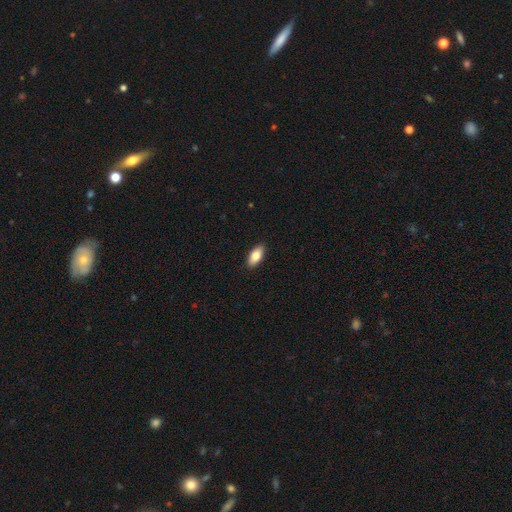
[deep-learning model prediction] Overall: smooth (83%). How rounded: in between (89%). Merging: none (90%).